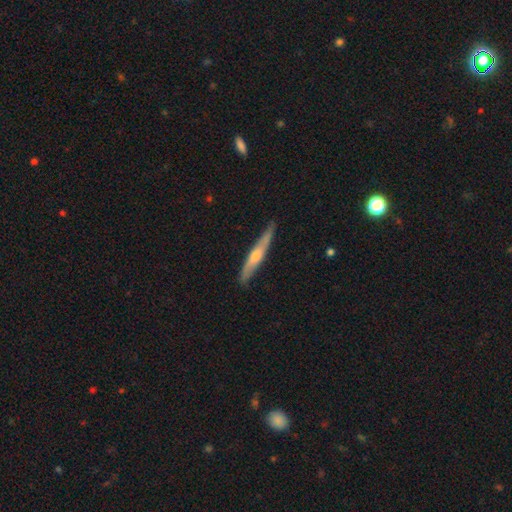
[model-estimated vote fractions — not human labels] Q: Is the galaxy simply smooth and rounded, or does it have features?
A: featured or disk — 62%.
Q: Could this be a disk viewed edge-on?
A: yes — 92%.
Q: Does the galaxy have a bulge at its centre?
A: rounded — 80%.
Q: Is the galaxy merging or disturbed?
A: none — 84%.